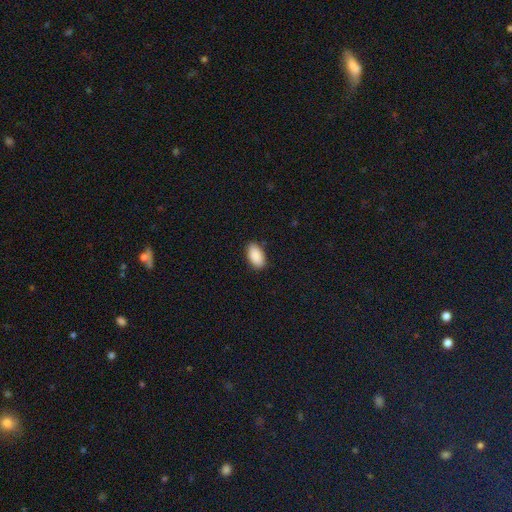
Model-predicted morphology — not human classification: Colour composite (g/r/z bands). It shows a smooth galaxy with no disk features (90%) that is in between round and cigar-shaped (94%). Merging: none (87%).